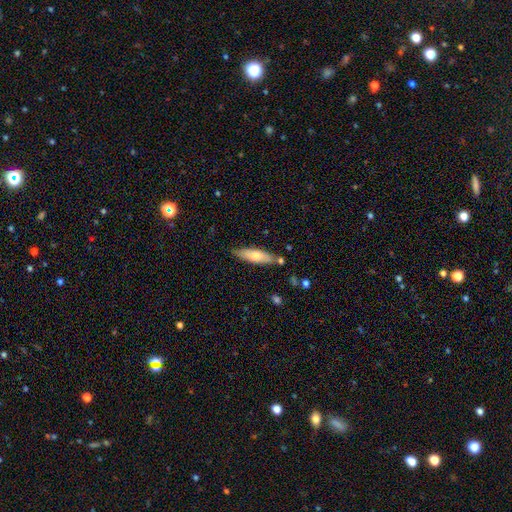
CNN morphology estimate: The model was most divided on "how rounded": cigar-shaped: 58%, in between: 40%, round: 2%. More confident: merging — none (77%); smooth or featured — smooth (65%).